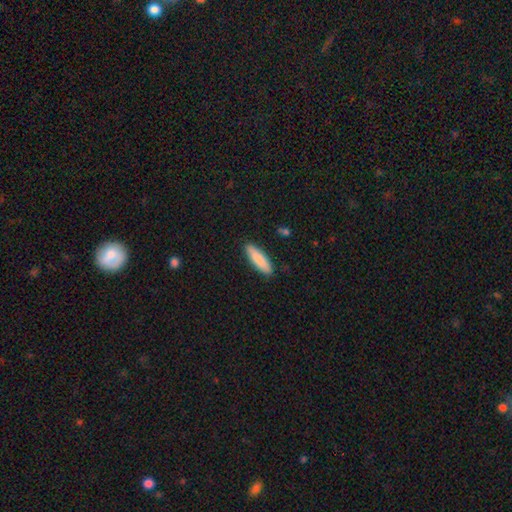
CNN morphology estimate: smooth-or-featured: smooth: 87% | featured or disk: 7% | star or artifact: 6%
  how-rounded: cigar-shaped: 69% | in between: 30% | round: 1%
  merging: none: 90% | minor disturbance: 7% | major disturbance: 2% | merger: 1%